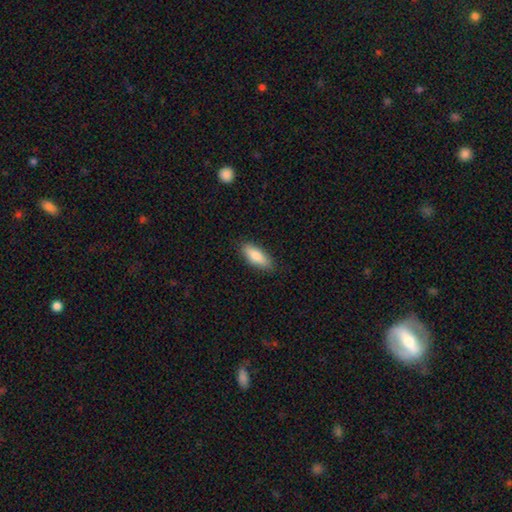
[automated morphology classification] The model was most divided on "how rounded": in between: 67%, cigar-shaped: 31%, round: 2%. More confident: merging — none (86%); smooth or featured — smooth (81%).